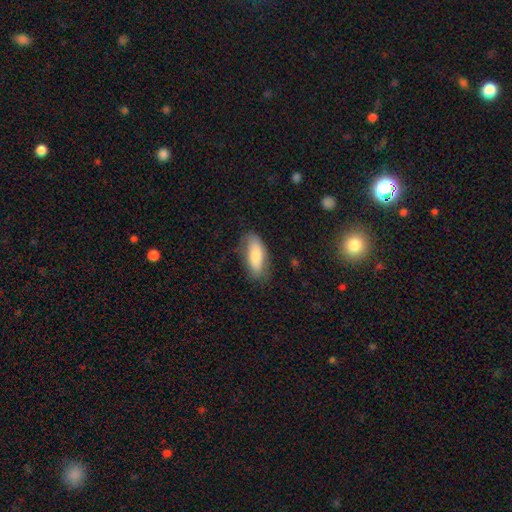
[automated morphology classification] This is likely a smooth galaxy (76%). How rounded: likely in between (77%). Merging: likely none (67%).